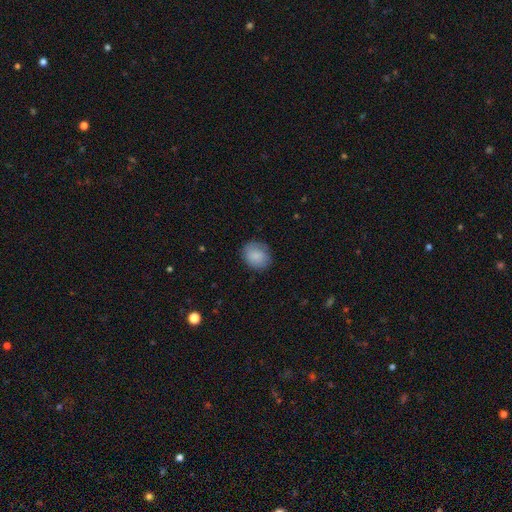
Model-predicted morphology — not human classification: Smooth or featured?
  - smooth: 85% *
  - featured or disk: 8%
  - star or artifact: 7%
How rounded?
  - round: 64% *
  - in between: 35%
  - cigar-shaped: 1%
Merging?
  - none: 79% *
  - minor disturbance: 16%
  - major disturbance: 4%
  - merger: 1%